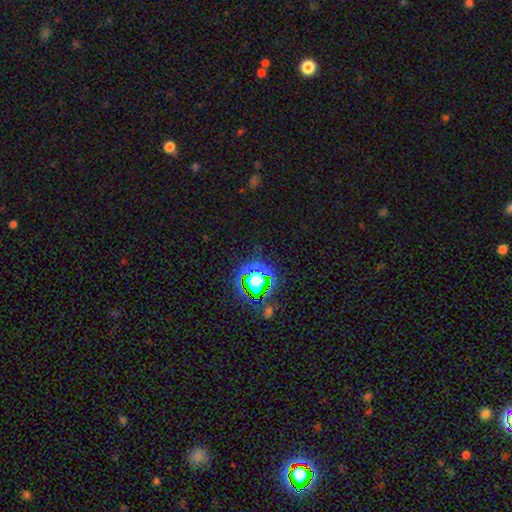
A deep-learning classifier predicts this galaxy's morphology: A star or artifact, not a galaxy (77%).